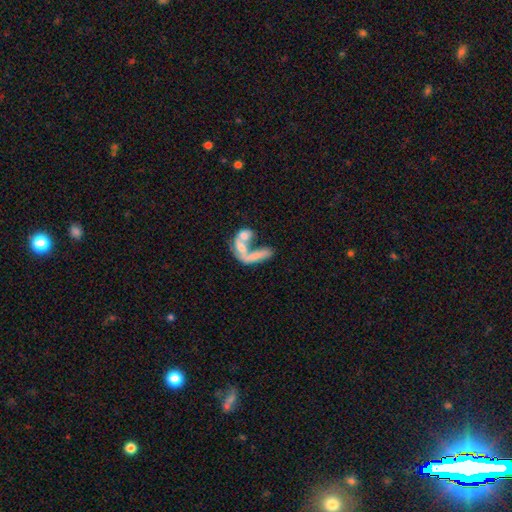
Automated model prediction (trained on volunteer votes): Smooth or featured? Predicted: smooth (p=0.50). Merging? Predicted: merger (p=0.69).